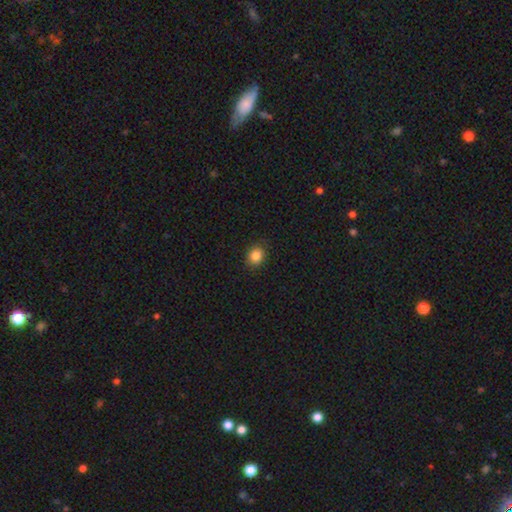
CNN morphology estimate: type=smooth (85%); roundness=round (66%); merging=none (87%).